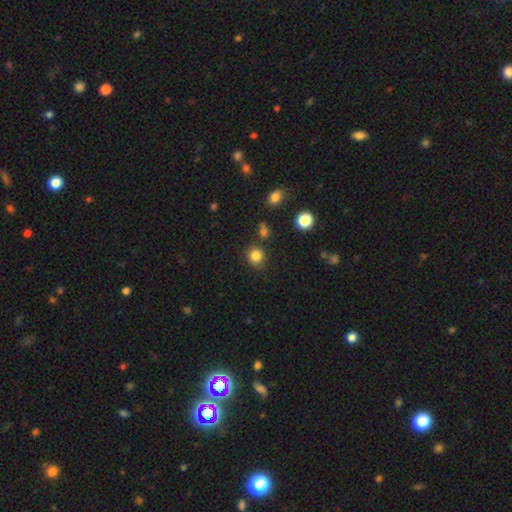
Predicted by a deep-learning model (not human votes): A smooth galaxy with no disk features (84%) that is round (86%). Merging: none (81%).